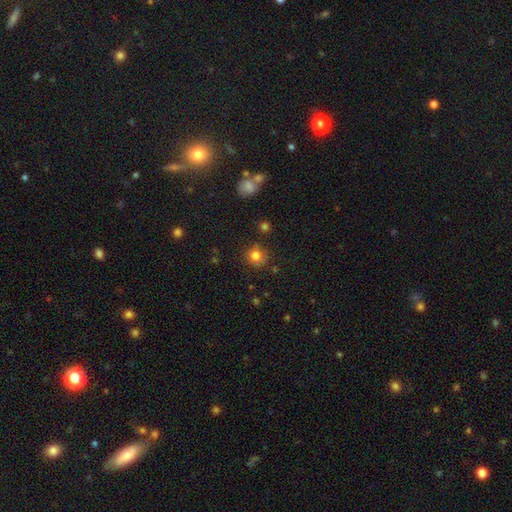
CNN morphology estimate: Overall: smooth (81%). How rounded: round (88%). Merging: none (80%).